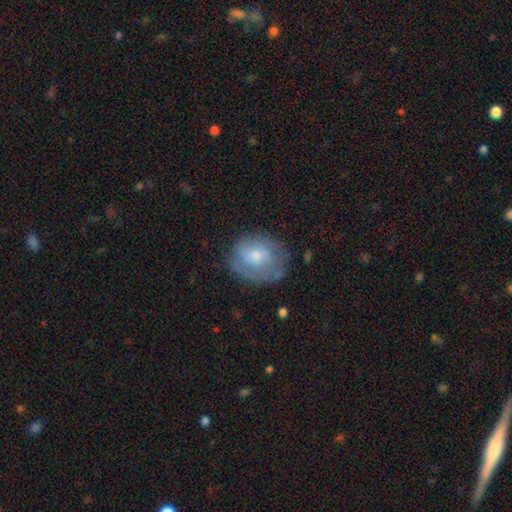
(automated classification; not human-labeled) smooth-or-featured: smooth: 47% | featured or disk: 45% | star or artifact: 8%
  merging: none: 65% | minor disturbance: 23% | major disturbance: 10% | merger: 2%